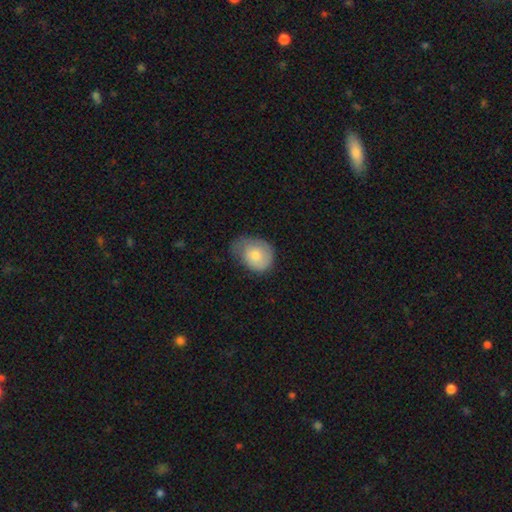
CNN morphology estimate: Smooth or featured: smooth — 69% (featured or disk — 25%)
How rounded: in between — 50% (round — 49%)
Merging: minor disturbance — 42% (none — 35%)